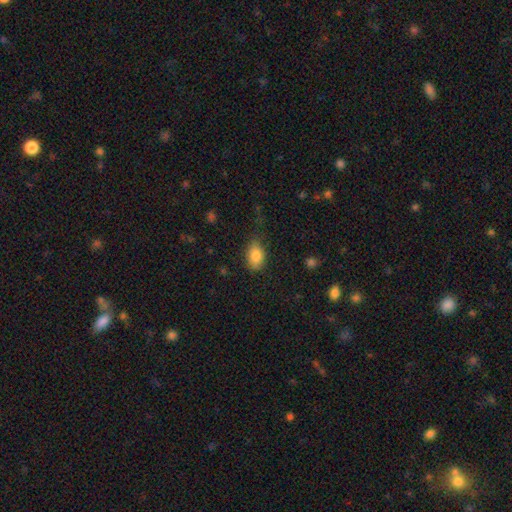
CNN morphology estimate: This appears to be a smooth galaxy with no disk features (84%) that is in between round and cigar-shaped (87%). Merging: none (75%).